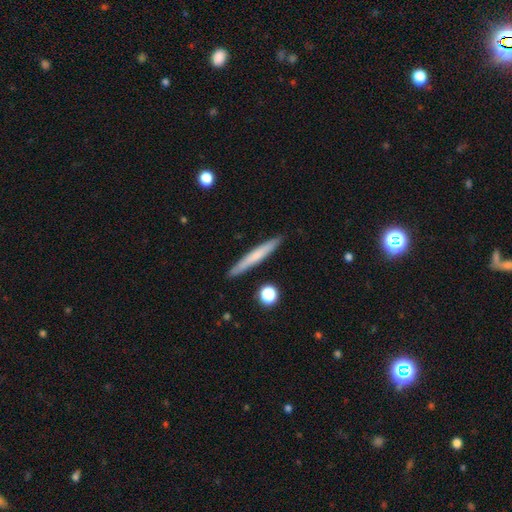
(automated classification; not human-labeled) A smooth galaxy with no disk features (60%) that is cigar-shaped (96%).

Vote fractions:
- Smooth or featured? smooth: 60% / featured or disk: 33% / star or artifact: 6%
- How rounded? cigar-shaped: 96% / in between: 3% / round: 1%
- Merging? none: 90% / minor disturbance: 7% / merger: 2% / major disturbance: 2%